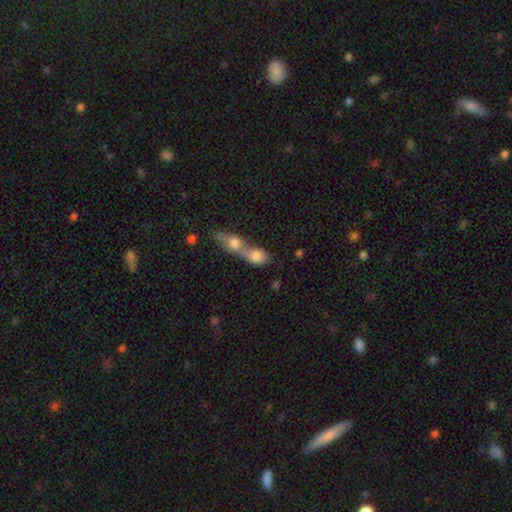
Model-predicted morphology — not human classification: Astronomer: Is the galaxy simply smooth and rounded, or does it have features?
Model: smooth — 74%.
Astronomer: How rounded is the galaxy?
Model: in between — 57% (runner-up: round, 33%).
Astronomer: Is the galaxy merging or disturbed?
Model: merger — 76%.